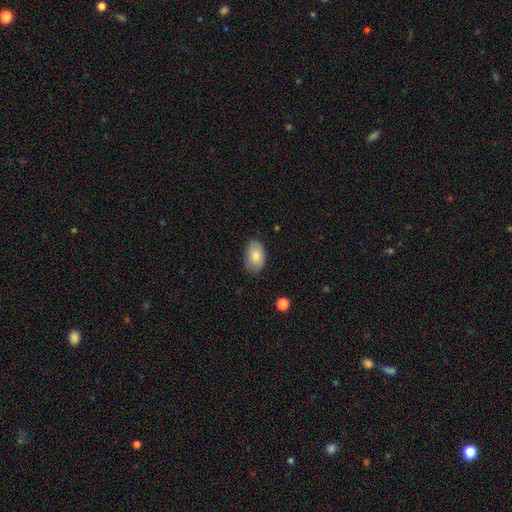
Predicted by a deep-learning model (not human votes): smooth_or_featured: smooth (p=0.81) [alt: featured or disk p=0.13]
how_rounded: in between (p=0.90) [alt: round p=0.09]
merging: none (p=0.78) [alt: minor disturbance p=0.17]